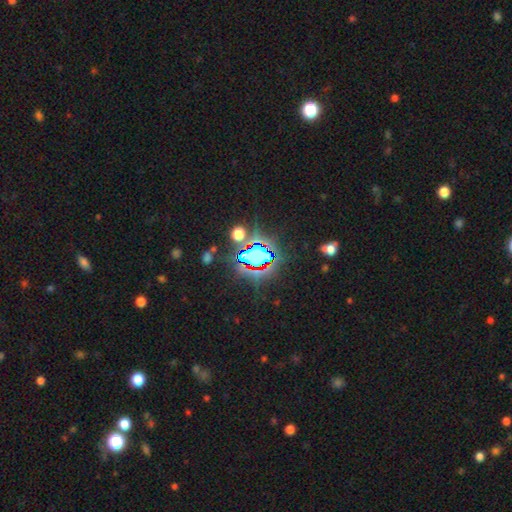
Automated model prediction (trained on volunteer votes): Smooth or featured?
  - star or artifact: 71% *
  - smooth: 18%
  - featured or disk: 11%